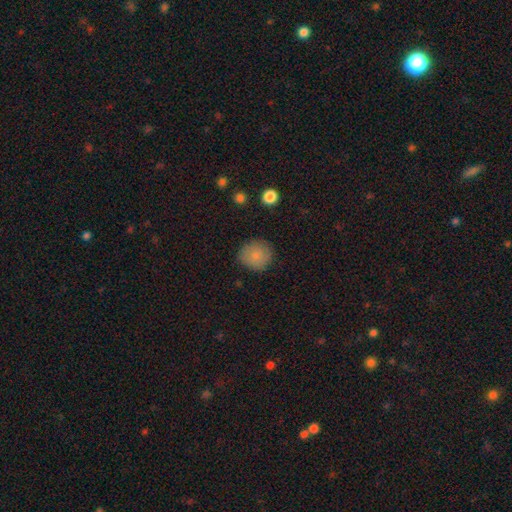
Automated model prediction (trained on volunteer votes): smooth-or-featured: smooth: 80% | featured or disk: 12% | star or artifact: 8%
  how-rounded: round: 89% | in between: 10% | cigar-shaped: 1%
  merging: none: 82% | minor disturbance: 14% | major disturbance: 3% | merger: 1%